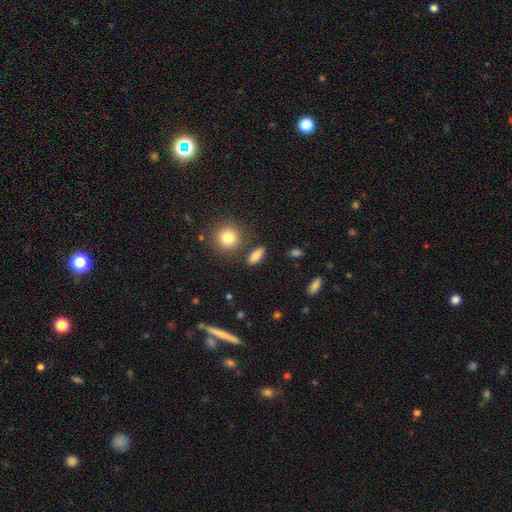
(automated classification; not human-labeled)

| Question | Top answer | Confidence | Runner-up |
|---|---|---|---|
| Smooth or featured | smooth | 84% | star or artifact (9%) |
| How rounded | in between | 66% | cigar-shaped (23%) |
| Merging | none | 82% | minor disturbance (10%) |